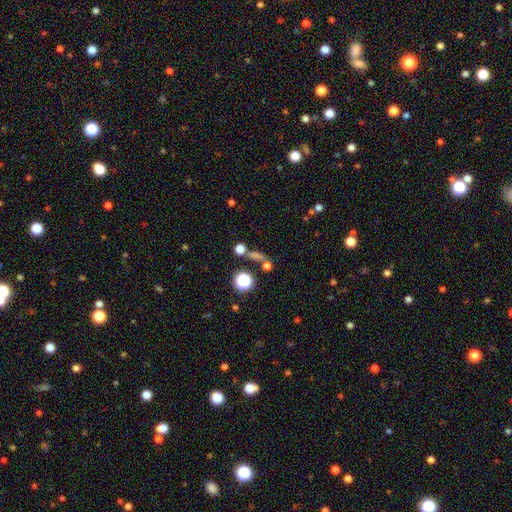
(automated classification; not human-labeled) Overall: star or artifact (52%; smooth 34%).